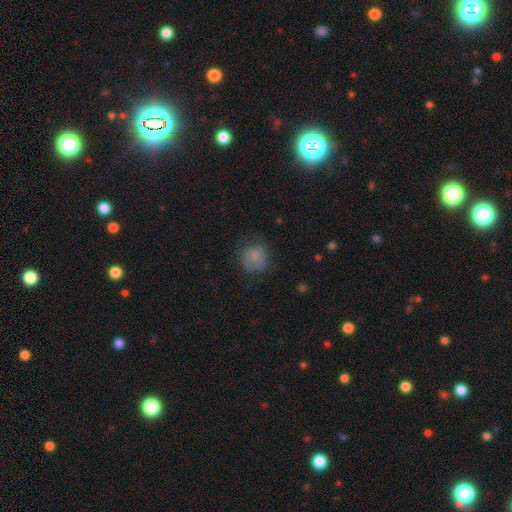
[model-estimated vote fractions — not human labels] Smooth or featured: smooth — 77% (featured or disk — 12%)
How rounded: round — 83% (in between — 16%)
Merging: none — 62% (minor disturbance — 24%)